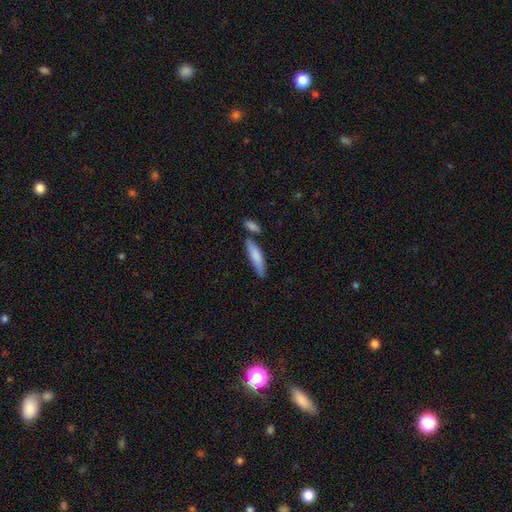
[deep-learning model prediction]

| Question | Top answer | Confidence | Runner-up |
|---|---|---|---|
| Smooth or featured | smooth | 79% | featured or disk (16%) |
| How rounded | cigar-shaped | 69% | in between (29%) |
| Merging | none | 61% | minor disturbance (18%) |